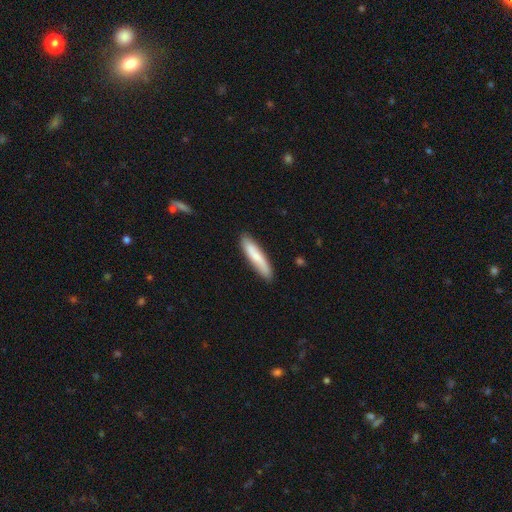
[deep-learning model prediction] A smooth galaxy with no disk features (73%) that is cigar-shaped (84%). Merging: none (86%).